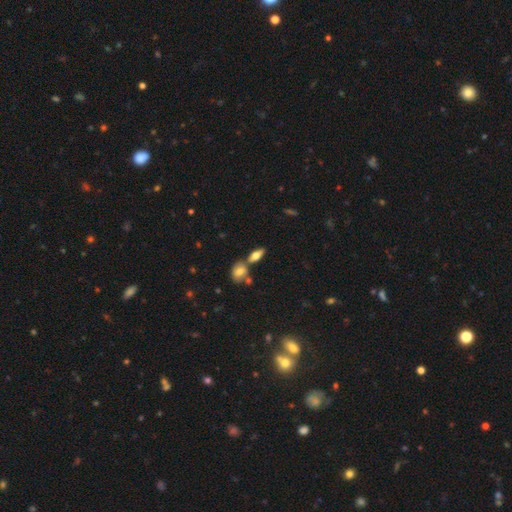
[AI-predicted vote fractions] Overall: smooth (63%; featured or disk 28%). How rounded: in between (73%). Merging: none (61%; merger 25%).